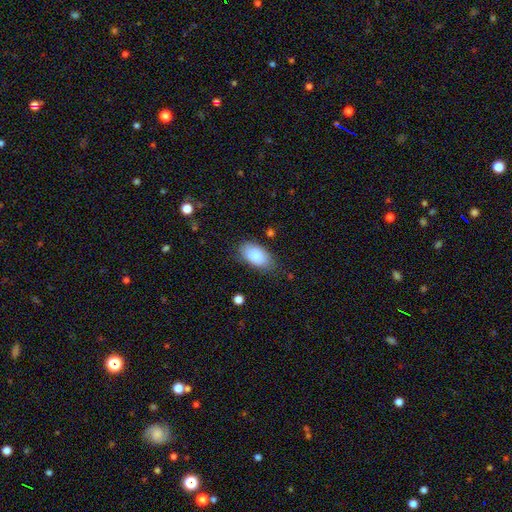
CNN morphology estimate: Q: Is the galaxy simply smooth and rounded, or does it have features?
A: smooth — 85%.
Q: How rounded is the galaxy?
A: in between — 94%.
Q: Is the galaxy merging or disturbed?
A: none — 77%.